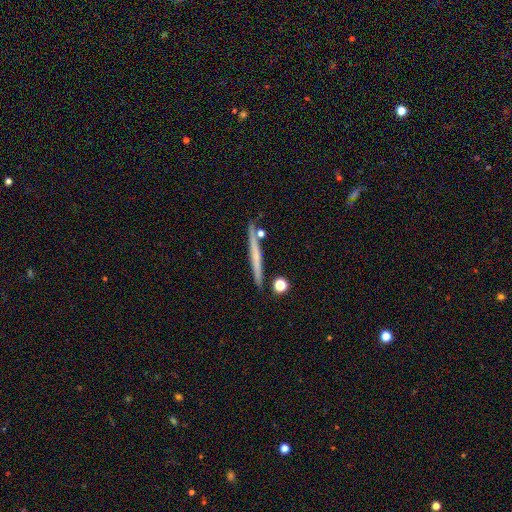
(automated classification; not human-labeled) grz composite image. It shows a smooth galaxy with no disk features (47%). Merging: none (85%).